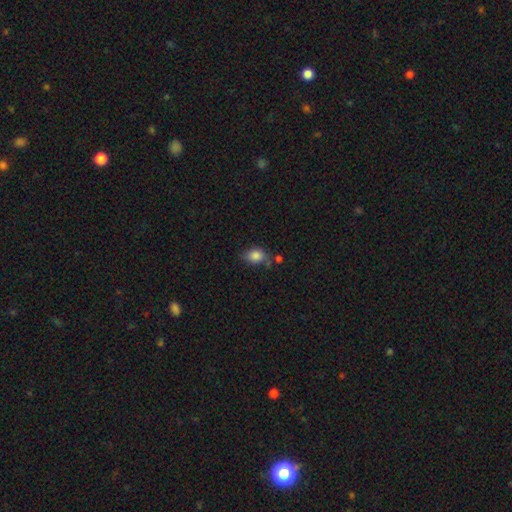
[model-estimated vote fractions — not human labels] smooth 84%, star or artifact 9%, featured or disk 6%. Down the decision tree: how rounded — in between (71%); merging — none (57%).